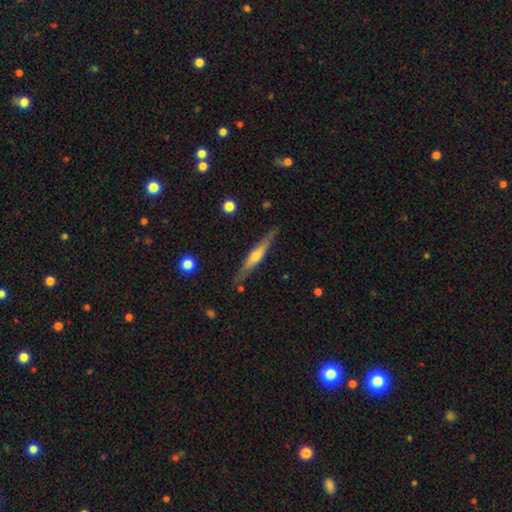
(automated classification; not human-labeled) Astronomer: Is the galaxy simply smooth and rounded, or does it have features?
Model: featured or disk — 61%.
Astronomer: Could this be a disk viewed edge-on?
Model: yes — 94%.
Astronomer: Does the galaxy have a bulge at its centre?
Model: rounded — 77%.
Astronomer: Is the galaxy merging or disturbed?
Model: none — 82%.